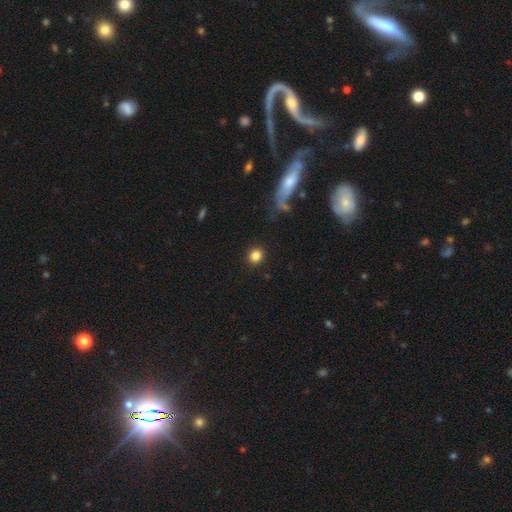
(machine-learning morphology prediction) A smooth galaxy with no disk features (84%) that is round (87%).

Vote fractions:
- Smooth or featured? smooth: 84% / star or artifact: 10% / featured or disk: 6%
- How rounded? round: 87% / in between: 11% / cigar-shaped: 1%
- Merging? none: 90% / minor disturbance: 5% / major disturbance: 3% / merger: 2%